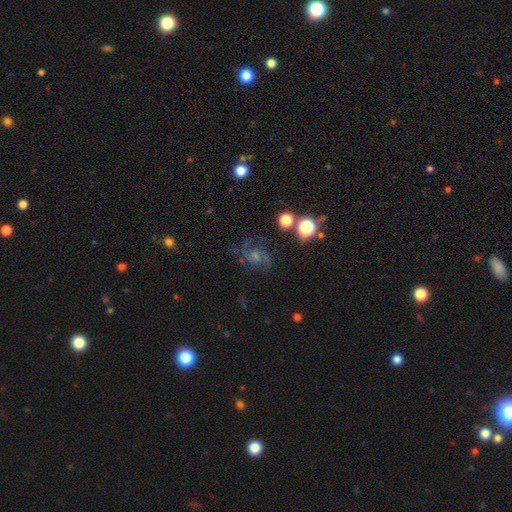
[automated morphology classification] Overall: featured or disk (60%; star or artifact 23%). Edge-on disk: no (97%). Bar: no (64%; weak 30%). Spiral arms: yes (91%). Spiral arm count: 2 (40%; can't tell 23%). Spiral winding: medium (51%; tight 29%). Bulge size: small (46%; moderate 37%). Merging: none (69%).